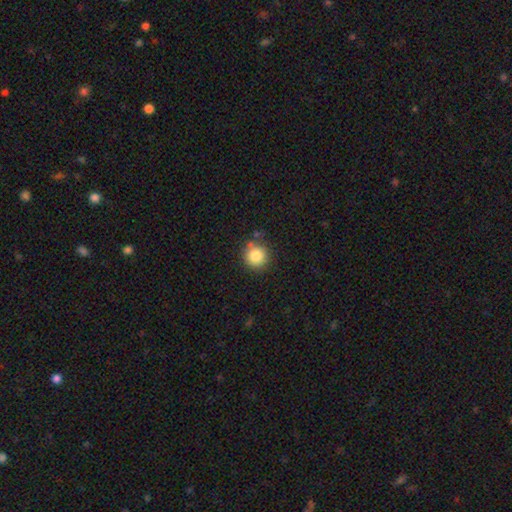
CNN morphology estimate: Q: Smooth or featured?
A: smooth (84%); runner-up: star or artifact (10%)
Q: How rounded?
A: round (94%); runner-up: in between (5%)
Q: Merging?
A: none (82%); runner-up: minor disturbance (10%)